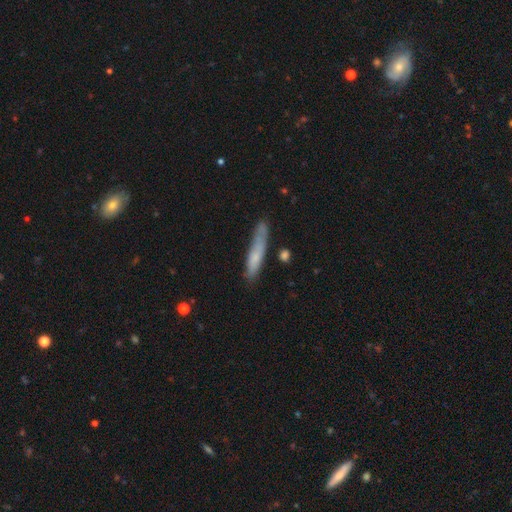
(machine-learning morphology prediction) smooth-or-featured: smooth: 65% | featured or disk: 28% | star or artifact: 7%
  how-rounded: cigar-shaped: 89% | in between: 10% | round: 1%
  merging: none: 65% | minor disturbance: 23% | major disturbance: 7% | merger: 5%